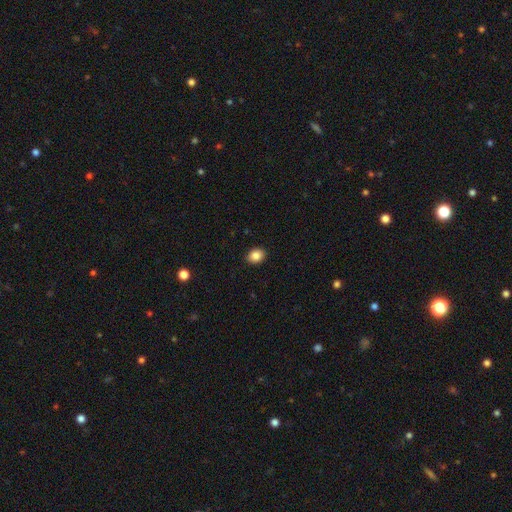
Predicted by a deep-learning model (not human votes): This appears to be a smooth galaxy with no disk features (85%) that is in between round and cigar-shaped (56%). Merging: none (90%).